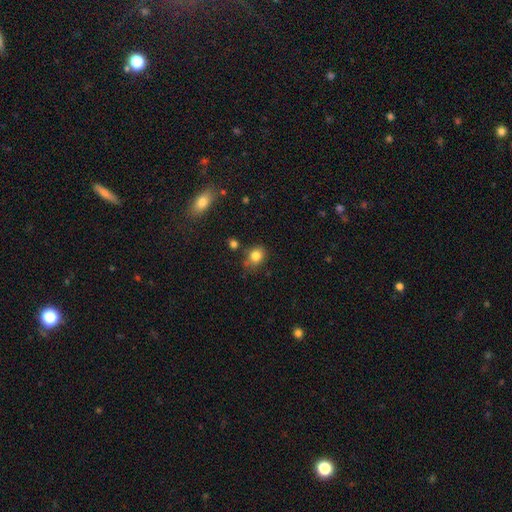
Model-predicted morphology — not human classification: Q: Smooth or featured?
A: smooth (82%); runner-up: star or artifact (11%)
Q: How rounded?
A: round (60%); runner-up: in between (39%)
Q: Merging?
A: none (67%); runner-up: minor disturbance (22%)